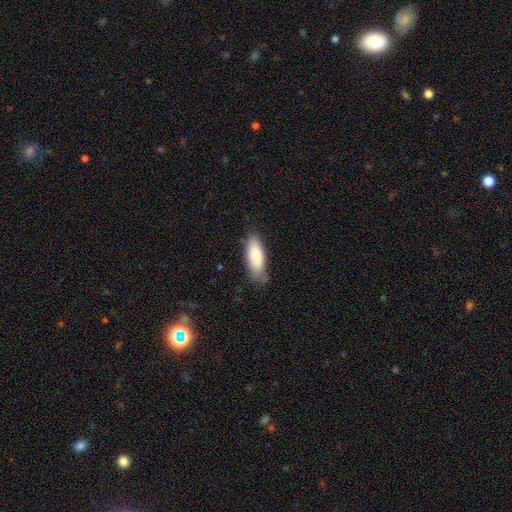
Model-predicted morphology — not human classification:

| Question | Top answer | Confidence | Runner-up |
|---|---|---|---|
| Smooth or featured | smooth | 85% | featured or disk (10%) |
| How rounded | in between | 71% | cigar-shaped (28%) |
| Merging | none | 71% | minor disturbance (23%) |